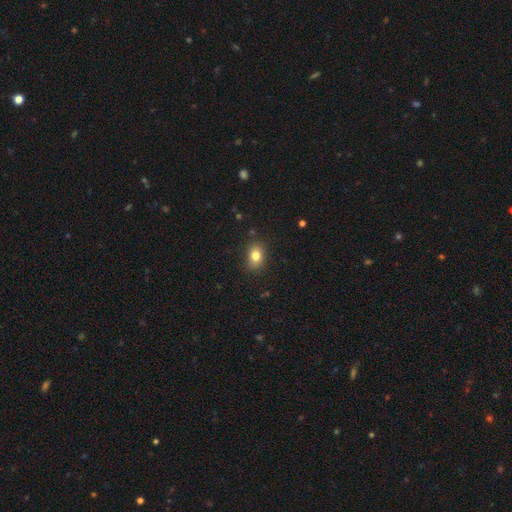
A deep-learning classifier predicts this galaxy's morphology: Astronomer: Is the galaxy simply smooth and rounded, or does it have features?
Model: smooth — 81%.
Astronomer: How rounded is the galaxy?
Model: in between — 72%.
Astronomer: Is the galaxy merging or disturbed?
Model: none — 84%.